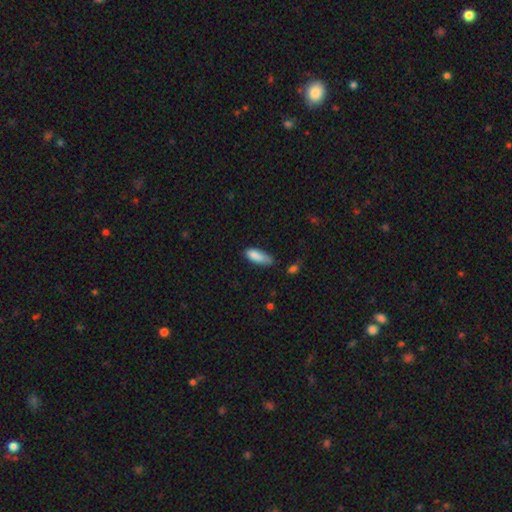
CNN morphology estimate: smooth_or_featured: smooth (p=0.85) [alt: featured or disk p=0.08]
how_rounded: in between (p=0.58) [alt: cigar-shaped p=0.40]
merging: none (p=0.50) [alt: minor disturbance p=0.37]